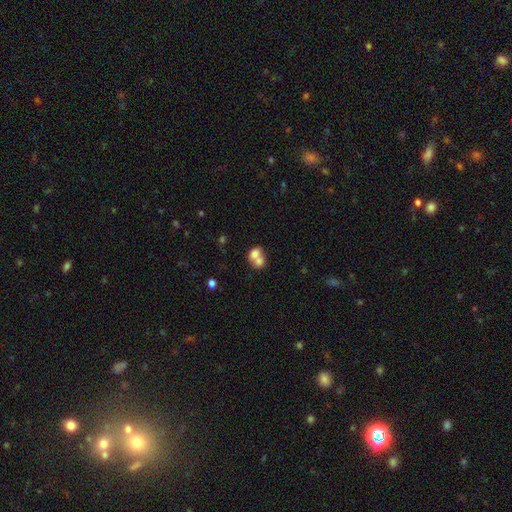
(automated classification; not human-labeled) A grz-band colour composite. It shows a smooth galaxy with no disk features (69%) that is in between round and cigar-shaped (53%). Merging: merger (72%).